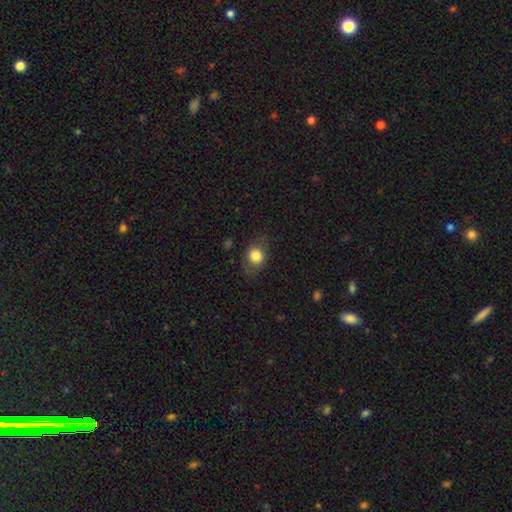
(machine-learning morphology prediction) This appears to be a smooth galaxy with no disk features (80%) that is round (56%). Merging: none (73%).